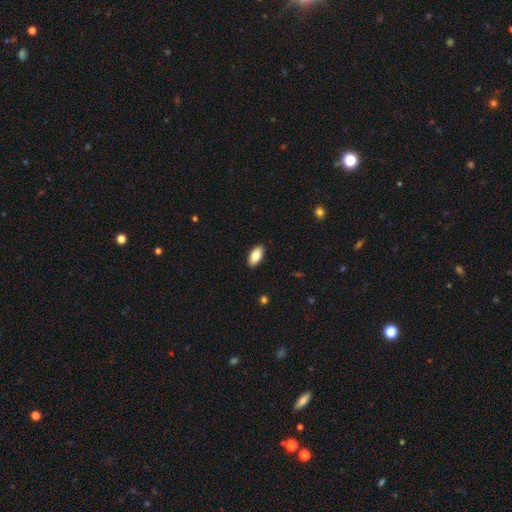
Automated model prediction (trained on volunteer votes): This appears to be a smooth galaxy with no disk features (81%) that is in between round and cigar-shaped (92%). Merging: none (90%).